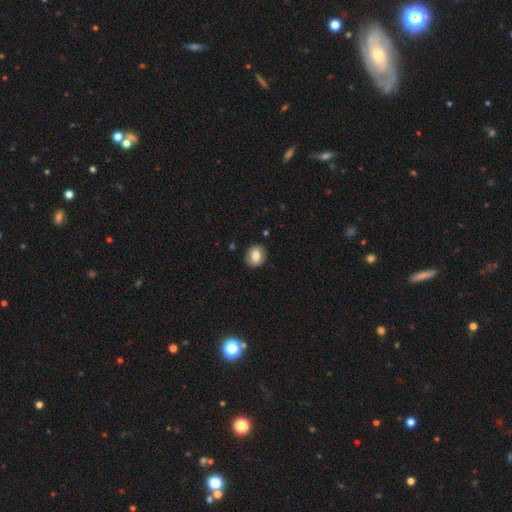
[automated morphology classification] This is likely a smooth galaxy (74%). How rounded: likely round (68%). Merging: clearly none (87%).